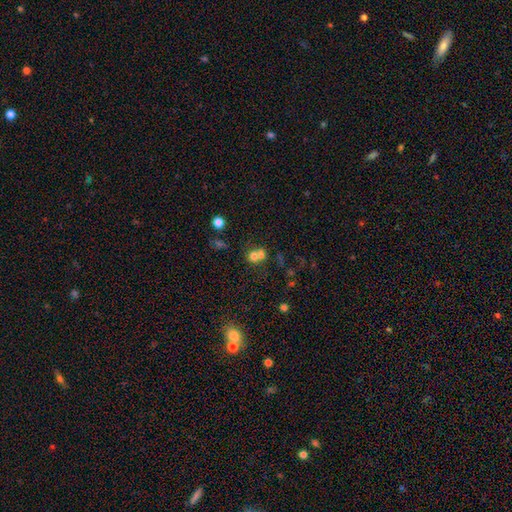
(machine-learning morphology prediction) Smooth or featured: smooth — 68% (featured or disk — 16%)
How rounded: round — 77% (in between — 22%)
Merging: merger — 59% (none — 31%)